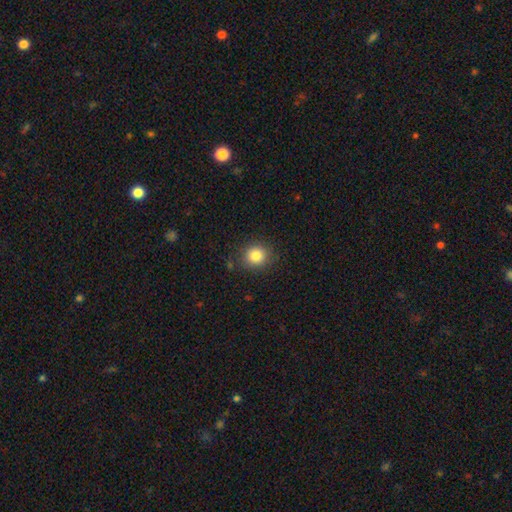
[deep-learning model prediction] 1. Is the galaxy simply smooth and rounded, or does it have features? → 83% smooth, 11% star or artifact, 6% featured or disk.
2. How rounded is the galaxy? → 84% round, 15% in between, 1% cigar-shaped.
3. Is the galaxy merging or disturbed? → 86% none, 10% minor disturbance, 3% major disturbance, 2% merger.